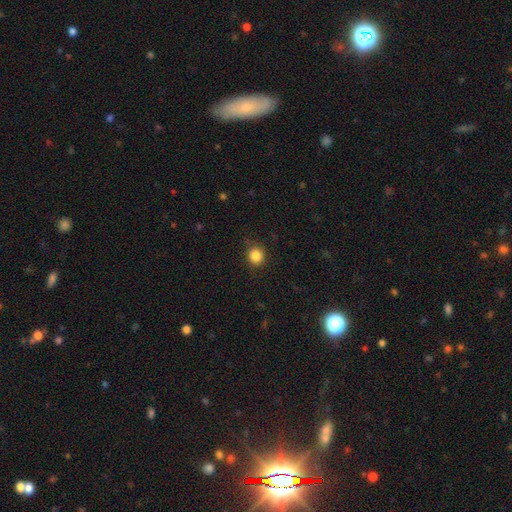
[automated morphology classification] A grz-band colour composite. It shows a smooth galaxy with no disk features (85%) that is round (84%). Merging: none (86%).